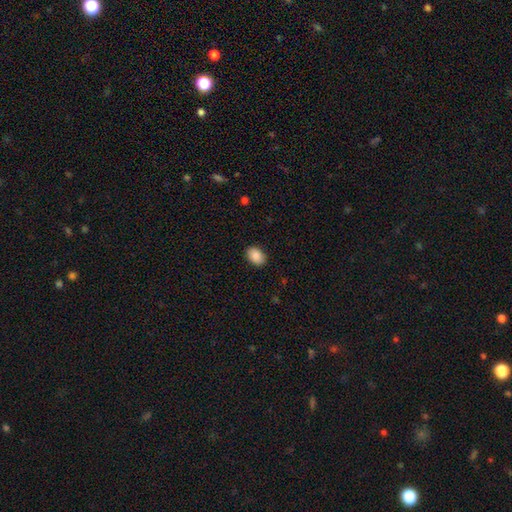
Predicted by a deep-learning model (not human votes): Smooth or featured? smooth (88%)
How rounded? in between (78%)
Merging? none (88%)